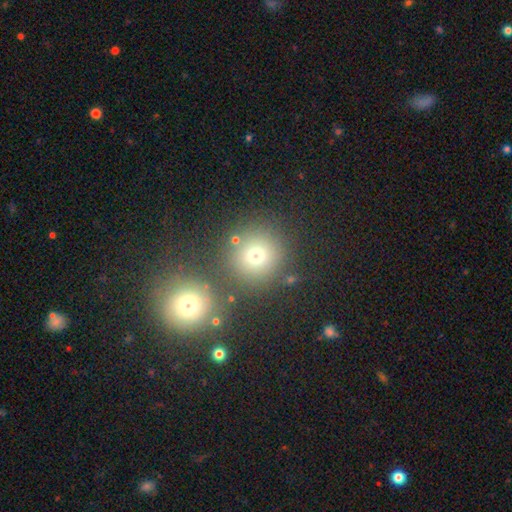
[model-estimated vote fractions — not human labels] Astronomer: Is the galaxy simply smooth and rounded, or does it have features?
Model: smooth — 73%.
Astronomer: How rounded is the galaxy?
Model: round — 91%.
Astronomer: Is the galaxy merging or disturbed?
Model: none — 73%.